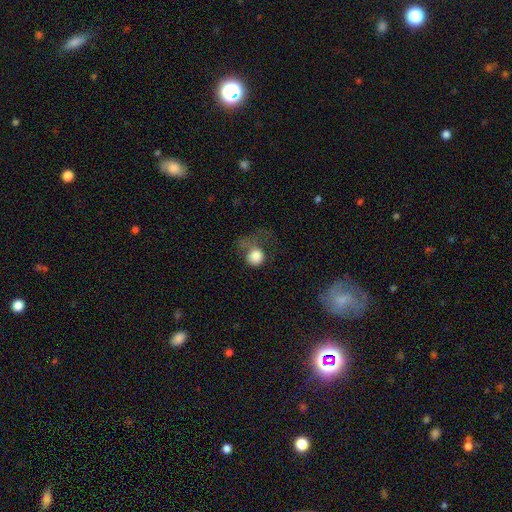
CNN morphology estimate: smooth-or-featured: smooth: 78% | featured or disk: 13% | star or artifact: 9%
  how-rounded: round: 83% | in between: 16% | cigar-shaped: 1%
  merging: major disturbance: 50% | none: 26% | minor disturbance: 18% | merger: 6%